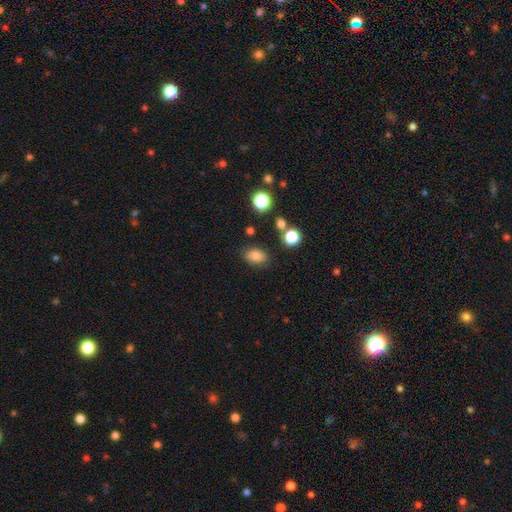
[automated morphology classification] The model was most divided on "how rounded": in between: 82%, round: 16%, cigar-shaped: 2%. More confident: smooth or featured — smooth (82%); merging — none (80%).